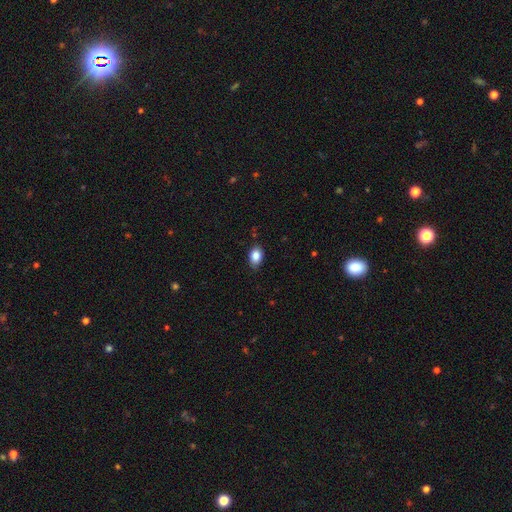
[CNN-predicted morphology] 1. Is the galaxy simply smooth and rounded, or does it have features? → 86% smooth, 8% star or artifact, 6% featured or disk.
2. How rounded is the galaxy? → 82% in between, 17% round, 1% cigar-shaped.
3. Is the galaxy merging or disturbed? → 81% none, 16% minor disturbance, 2% major disturbance, 1% merger.